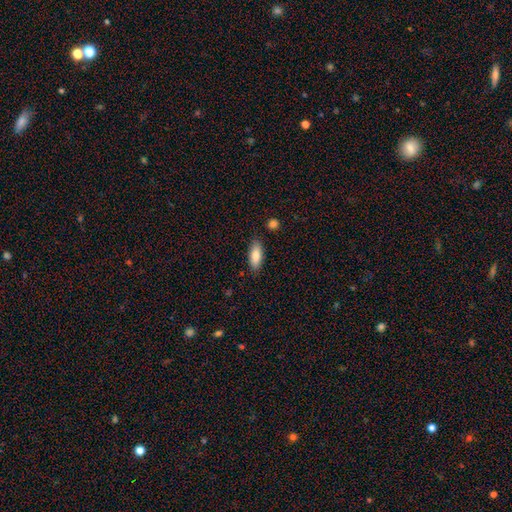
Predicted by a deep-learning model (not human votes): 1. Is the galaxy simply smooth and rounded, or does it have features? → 84% smooth, 9% featured or disk, 6% star or artifact.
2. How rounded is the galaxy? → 74% in between, 25% cigar-shaped, 2% round.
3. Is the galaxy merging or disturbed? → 85% none, 11% minor disturbance, 2% major disturbance, 2% merger.